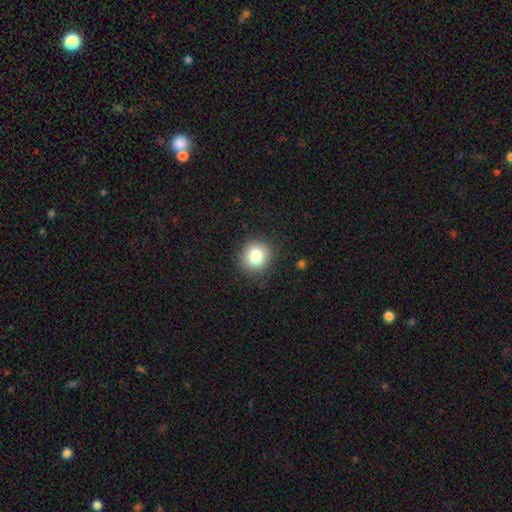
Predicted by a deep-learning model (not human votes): smooth-or-featured: smooth: 81% | star or artifact: 11% | featured or disk: 9%
  how-rounded: round: 86% | in between: 13% | cigar-shaped: 1%
  merging: none: 87% | minor disturbance: 9% | major disturbance: 3% | merger: 1%